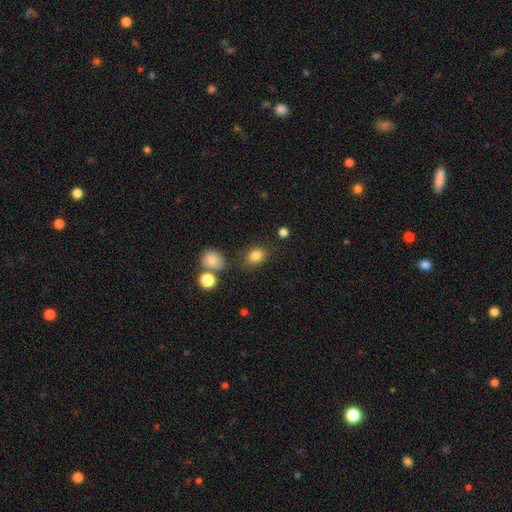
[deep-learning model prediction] Q: Smooth or featured?
A: smooth (82%); runner-up: star or artifact (12%)
Q: How rounded?
A: in between (59%); runner-up: round (39%)
Q: Merging?
A: none (75%); runner-up: minor disturbance (14%)